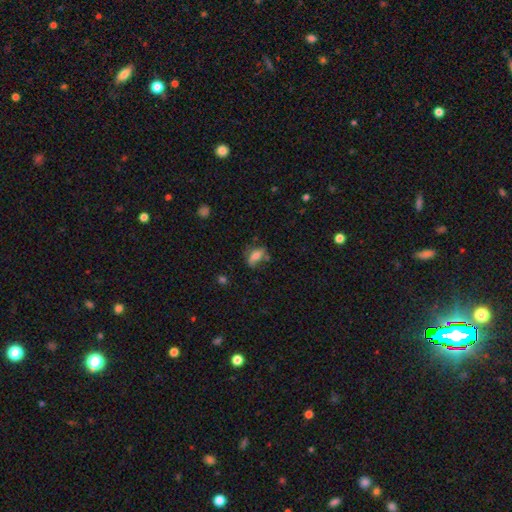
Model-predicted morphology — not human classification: A smooth galaxy with no disk features (58%) that is in between round and cigar-shaped (77%).

Vote fractions:
- Smooth or featured? smooth: 58% / featured or disk: 31% / star or artifact: 10%
- How rounded? in between: 77% / cigar-shaped: 14% / round: 9%
- Merging? none: 49% / minor disturbance: 27% / major disturbance: 16% / merger: 7%